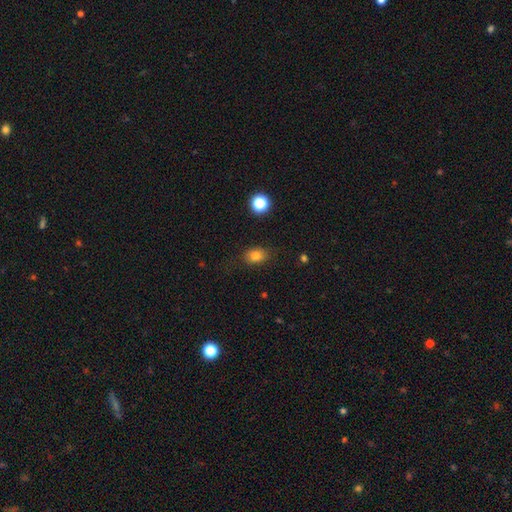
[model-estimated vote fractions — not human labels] The model was most divided on "how rounded": in between: 68%, round: 31%, cigar-shaped: 1%. More confident: merging — none (82%); smooth or featured — smooth (79%).